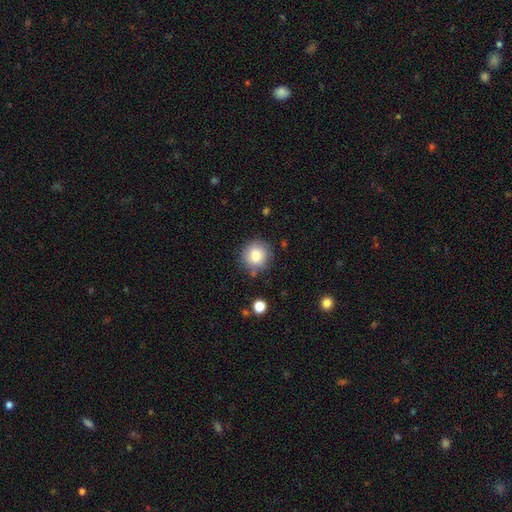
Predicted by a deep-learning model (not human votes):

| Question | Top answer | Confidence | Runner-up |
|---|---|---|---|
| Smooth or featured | smooth | 81% | star or artifact (10%) |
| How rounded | round | 92% | in between (7%) |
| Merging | none | 84% | minor disturbance (10%) |